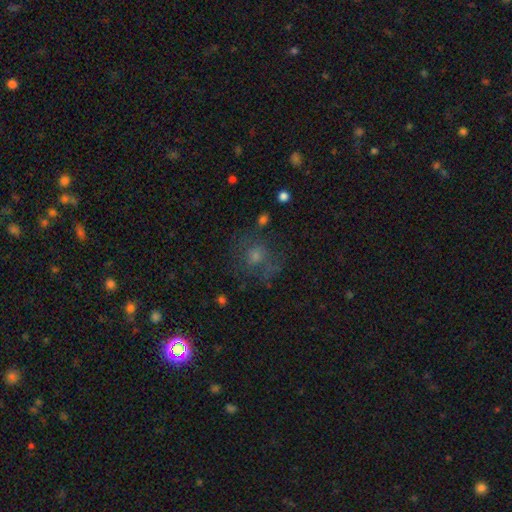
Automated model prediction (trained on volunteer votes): Smooth or featured: smooth — 37% (tied with star or artifact — 37%)
Merging: none — 70% (minor disturbance — 15%)